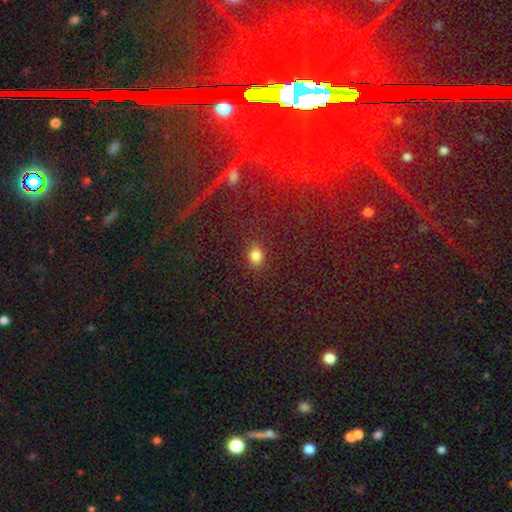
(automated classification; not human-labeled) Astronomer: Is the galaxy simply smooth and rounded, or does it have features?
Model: smooth — 71%.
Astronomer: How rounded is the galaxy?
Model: in between — 54% (runner-up: round, 42%).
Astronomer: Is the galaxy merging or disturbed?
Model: none — 82%.